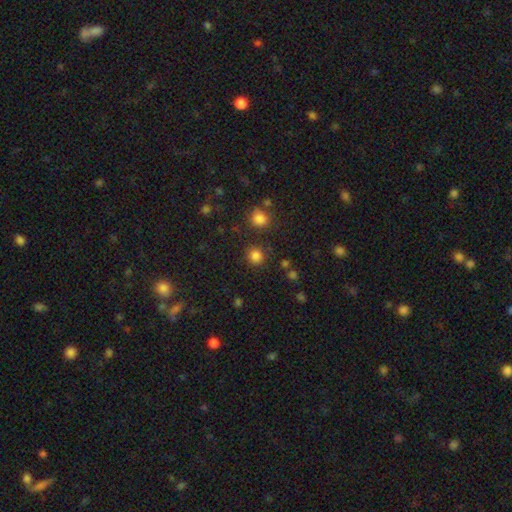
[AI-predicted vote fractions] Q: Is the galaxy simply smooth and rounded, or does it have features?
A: smooth — 83%.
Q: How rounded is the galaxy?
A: round — 91%.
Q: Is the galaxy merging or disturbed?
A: none — 86%.